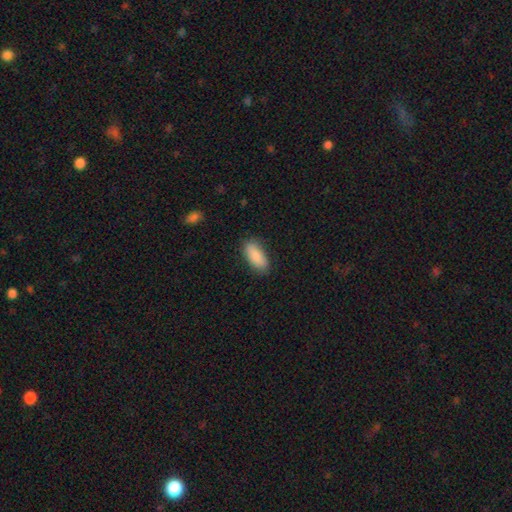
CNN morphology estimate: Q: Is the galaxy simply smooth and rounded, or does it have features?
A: smooth — 86%.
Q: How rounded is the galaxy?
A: in between — 85%.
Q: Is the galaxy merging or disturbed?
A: none — 82%.